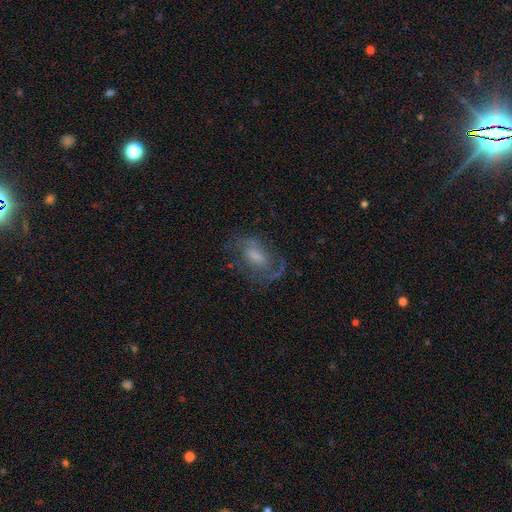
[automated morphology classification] Q: Smooth or featured?
A: featured or disk (72%); runner-up: smooth (20%)
Q: Edge-on disk?
A: no (96%); runner-up: yes (4%)
Q: Bar?
A: weak (48%); runner-up: no (38%)
Q: Spiral arms?
A: yes (87%); runner-up: no (13%)
Q: Spiral winding?
A: medium (49%); runner-up: loose (26%)
Q: Spiral arm count?
A: 2 (62%); runner-up: can't tell (16%)
Q: Bulge size?
A: moderate (36%); runner-up: small (30%)
Q: Merging?
A: none (60%); runner-up: major disturbance (19%)